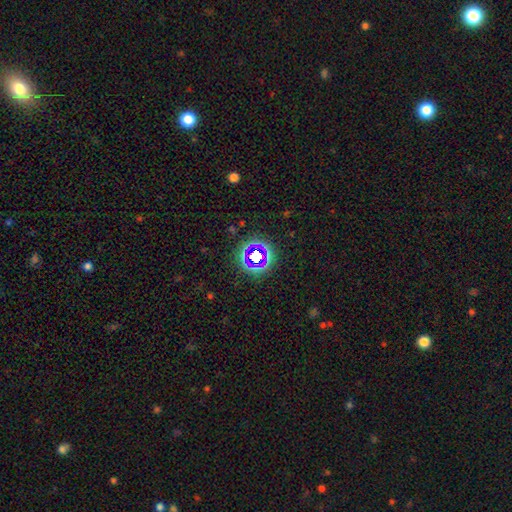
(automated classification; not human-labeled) Q: Smooth or featured?
A: star or artifact (64%); runner-up: smooth (24%)